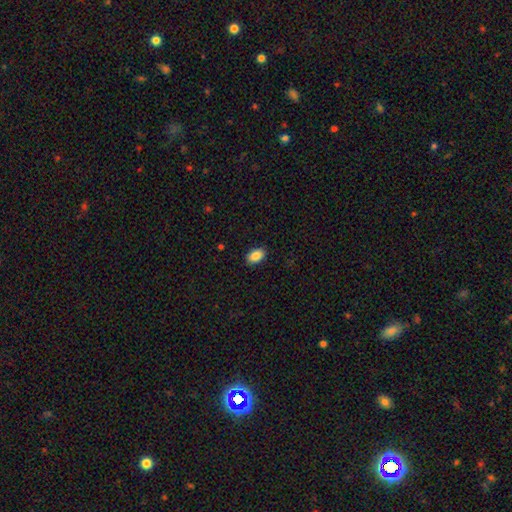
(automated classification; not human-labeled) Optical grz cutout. It shows a smooth galaxy with no disk features (87%) that is in between round and cigar-shaped (89%). Merging: none (89%).